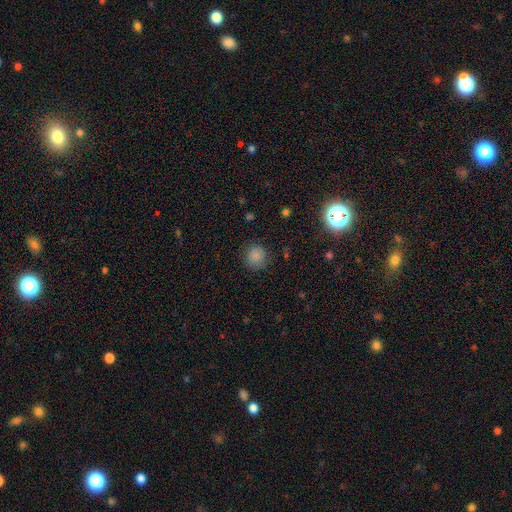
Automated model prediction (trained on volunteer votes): A smooth galaxy with no disk features (84%) that is round (90%). Merging: none (84%).